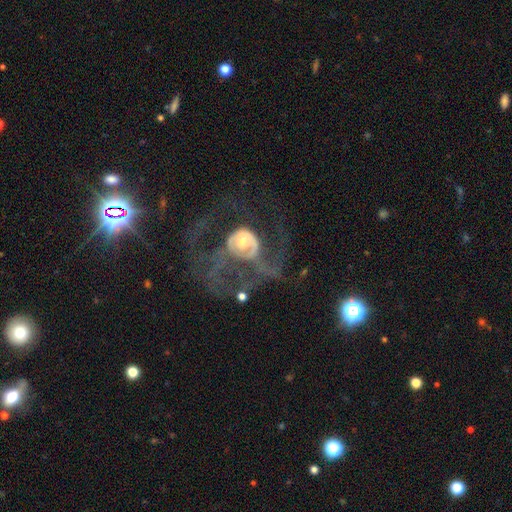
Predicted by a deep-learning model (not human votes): featured or disk 76%, star or artifact 15%, smooth 9%. Down the decision tree: edge-on disk — no (96%); bar — no (47%); spiral arms — yes (83%); spiral arm count — 2 (47%); spiral winding — medium (48%); bulge size — moderate (50%); merging — none (55%).